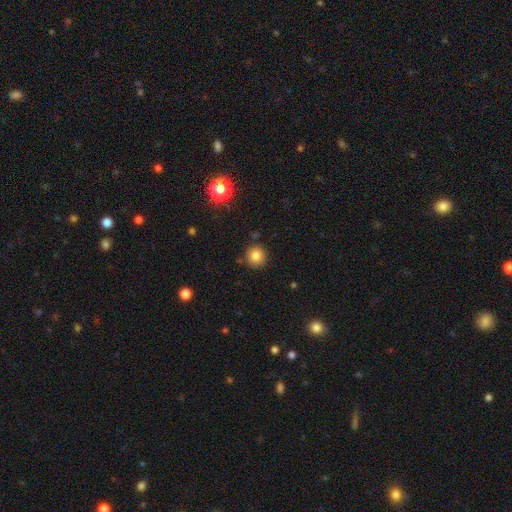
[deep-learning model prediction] Smooth or featured? smooth (81%)
How rounded? round (94%)
Merging? none (86%)